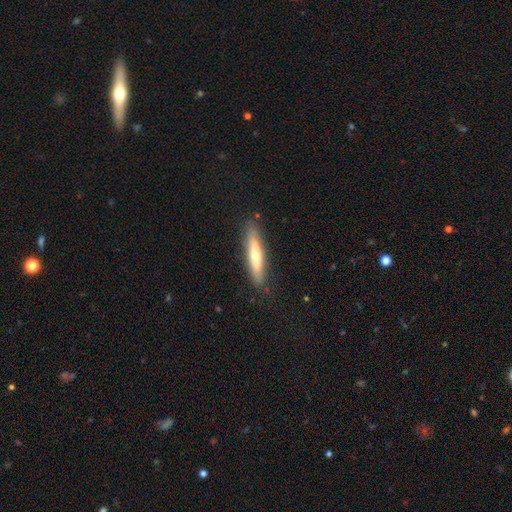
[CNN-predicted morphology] type=smooth (52%); roundness=cigar-shaped (88%); merging=none (87%).